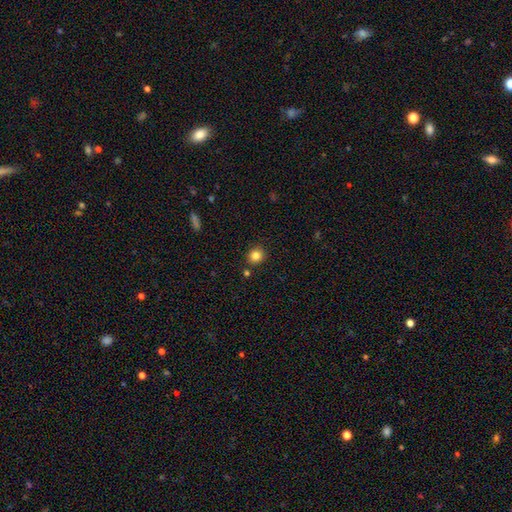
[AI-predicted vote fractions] A smooth galaxy with no disk features (83%) that is round (87%). Merging: none (87%).